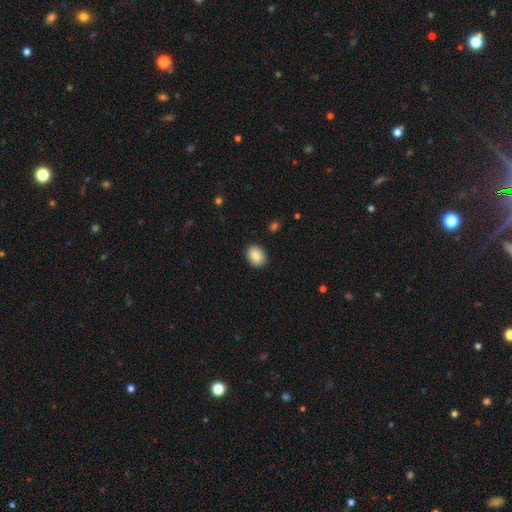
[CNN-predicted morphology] Smooth or featured?
  - smooth: 87% *
  - star or artifact: 7%
  - featured or disk: 5%
How rounded?
  - in between: 62% *
  - round: 37%
  - cigar-shaped: 1%
Merging?
  - none: 89% *
  - minor disturbance: 8%
  - major disturbance: 2%
  - merger: 1%